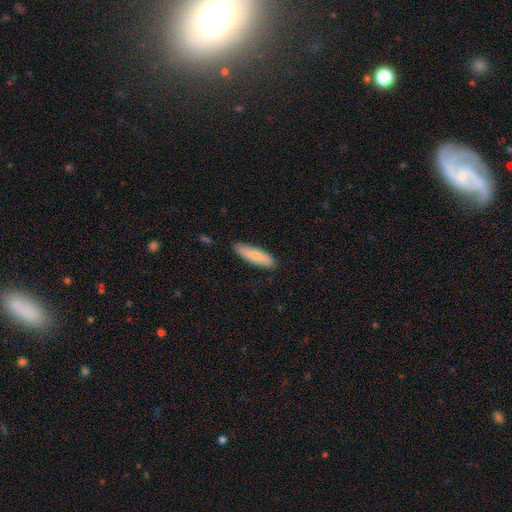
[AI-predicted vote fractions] Smooth or featured? smooth (77%)
How rounded? cigar-shaped (64%)
Merging? none (85%)